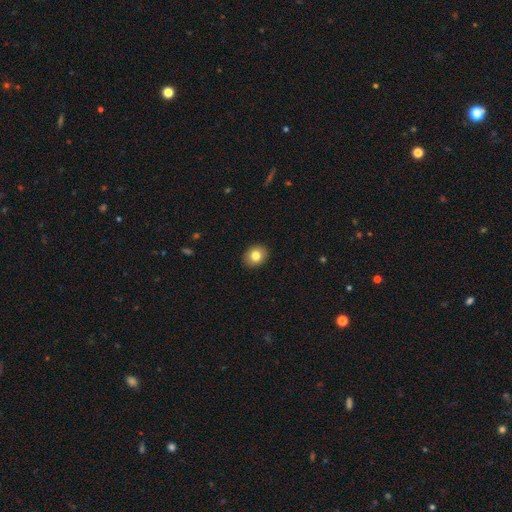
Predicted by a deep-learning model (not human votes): Morphology: type=smooth (81%); roundness=round (57%); merging=none (91%).